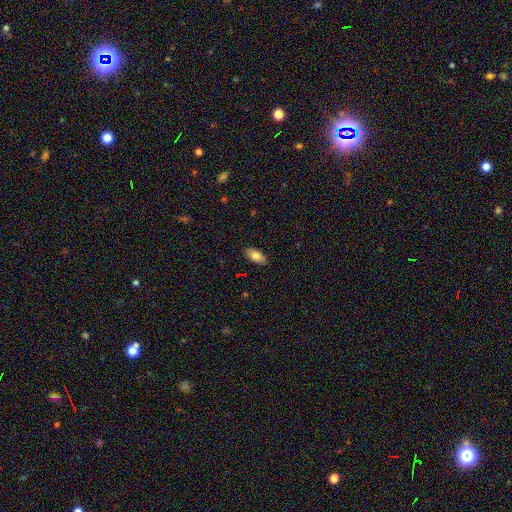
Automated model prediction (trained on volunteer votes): Smooth or featured? Predicted: smooth (p=0.80). How rounded? Predicted: in between (p=0.90). Merging? Predicted: none (p=0.88).